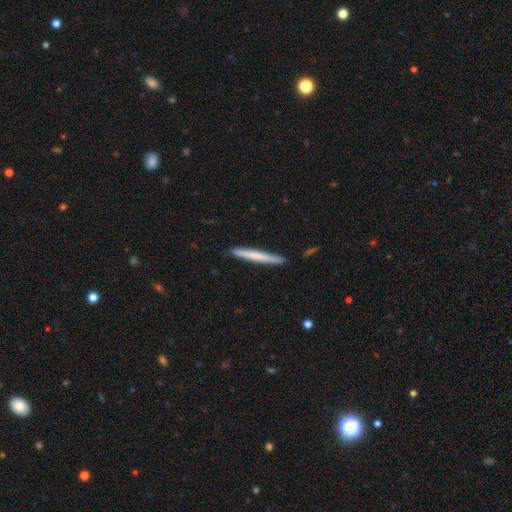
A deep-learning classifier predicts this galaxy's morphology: The model was most divided on "smooth or featured": smooth: 60%, featured or disk: 34%, star or artifact: 5%. More confident: how rounded — cigar-shaped (97%); merging — none (90%).